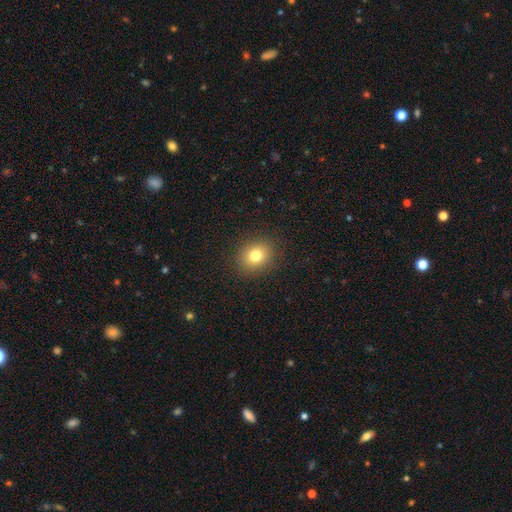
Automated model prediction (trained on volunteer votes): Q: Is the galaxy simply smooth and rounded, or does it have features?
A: smooth — 79%.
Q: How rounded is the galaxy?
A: round — 60%.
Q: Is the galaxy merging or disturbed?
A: none — 89%.